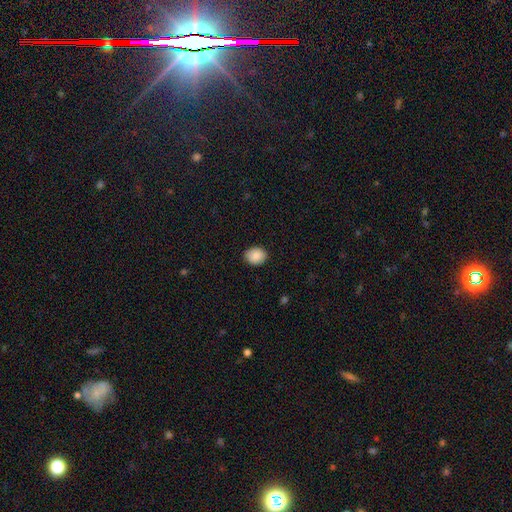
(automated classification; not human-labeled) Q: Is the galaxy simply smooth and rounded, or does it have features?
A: smooth — 87%.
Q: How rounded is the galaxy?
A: round — 52%.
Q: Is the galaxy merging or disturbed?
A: none — 87%.